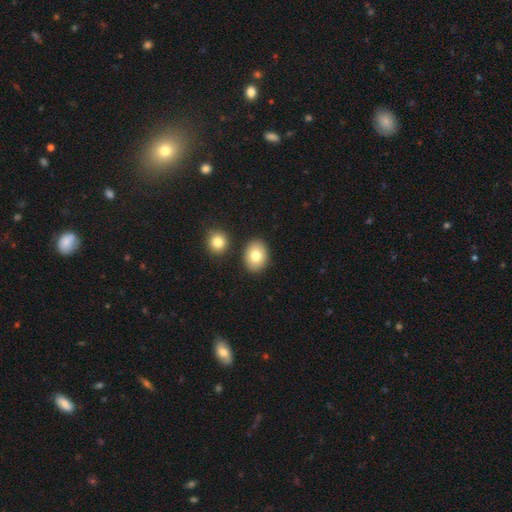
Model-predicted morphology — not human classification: smooth_or_featured: smooth (p=0.80) [alt: featured or disk p=0.12]
how_rounded: in between (p=0.68) [alt: round p=0.31]
merging: none (p=0.84) [alt: minor disturbance p=0.08]